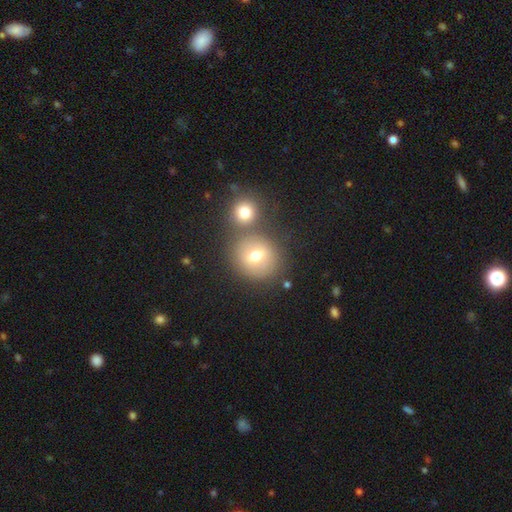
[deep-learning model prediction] smooth 70%, featured or disk 17%, star or artifact 13%. Down the decision tree: how rounded — round (85%); merging — none (59%).